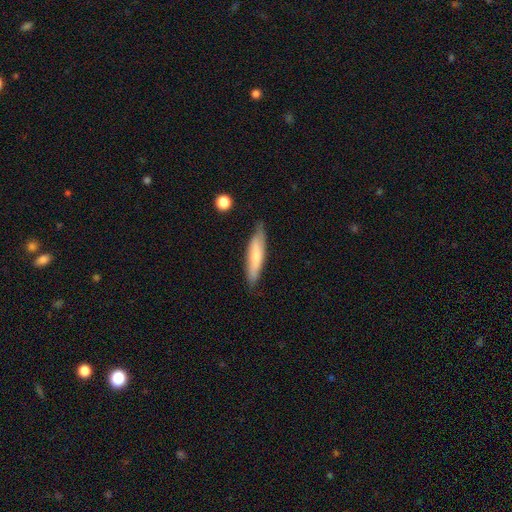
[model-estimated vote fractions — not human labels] This is likely a smooth galaxy (64%). How rounded: likely cigar-shaped (79%). Merging: likely none (79%).